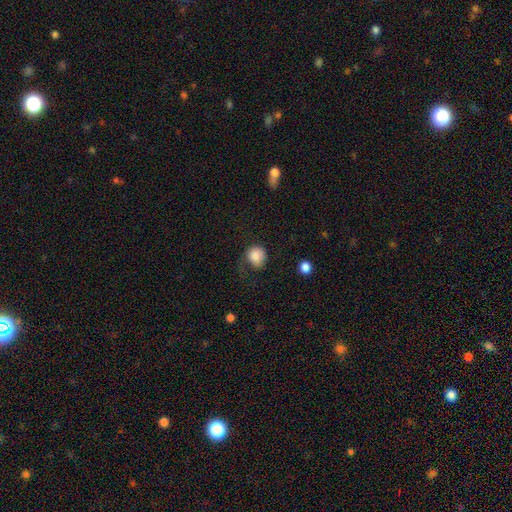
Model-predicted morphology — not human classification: Smooth or featured? smooth (84%)
How rounded? round (80%)
Merging? none (46%)